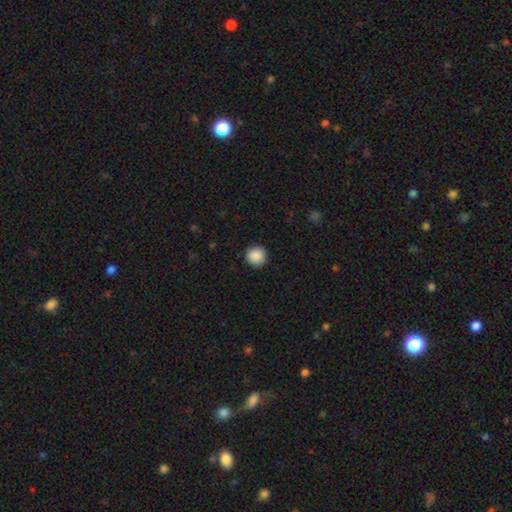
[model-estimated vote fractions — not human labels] A smooth galaxy with no disk features (89%) that is round (95%). Merging: none (92%).